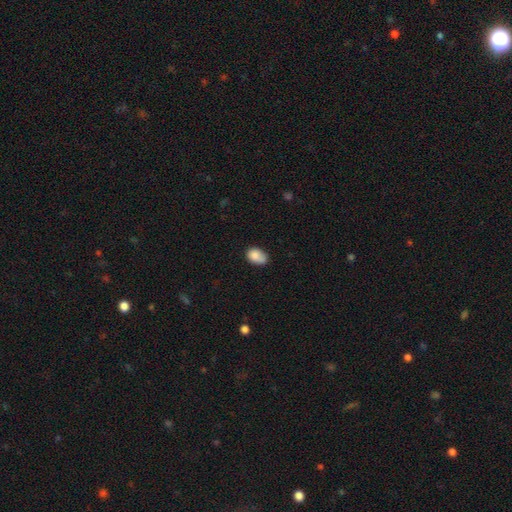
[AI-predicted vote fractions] smooth-or-featured: smooth: 85% | star or artifact: 8% | featured or disk: 7%
  how-rounded: in between: 82% | round: 17% | cigar-shaped: 1%
  merging: none: 57% | minor disturbance: 31% | major disturbance: 7% | merger: 5%